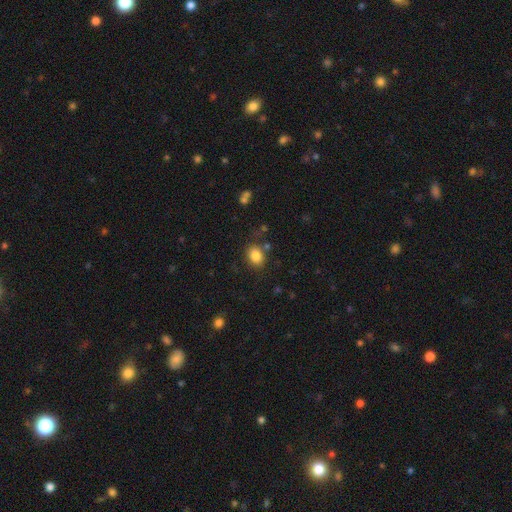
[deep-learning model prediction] A smooth galaxy with no disk features (84%) that is in between round and cigar-shaped (52%).

Vote fractions:
- Smooth or featured? smooth: 84% / star or artifact: 10% / featured or disk: 6%
- How rounded? in between: 52% / round: 47% / cigar-shaped: 1%
- Merging? none: 80% / minor disturbance: 12% / merger: 4% / major disturbance: 4%